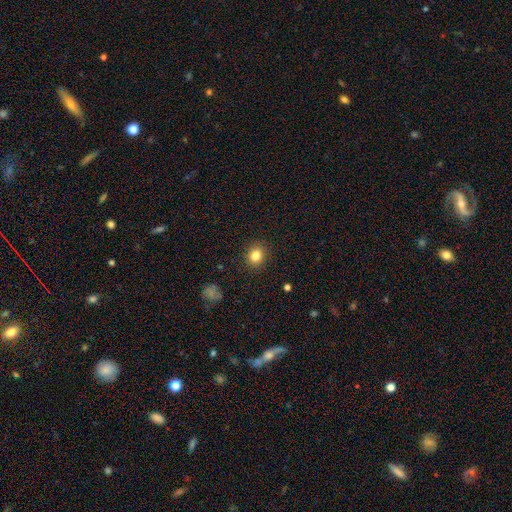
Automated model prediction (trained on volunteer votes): A smooth galaxy with no disk features (83%) that is round (74%). Merging: none (89%).